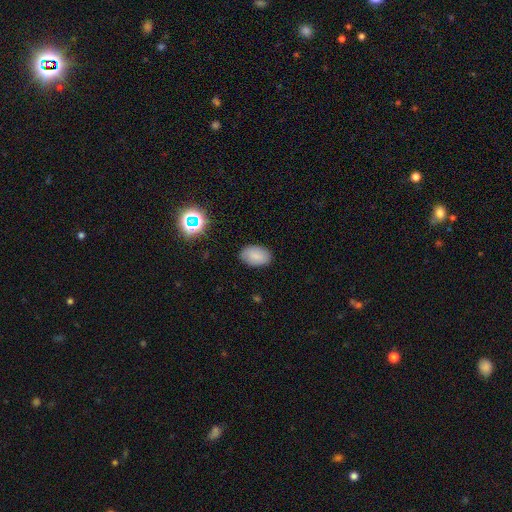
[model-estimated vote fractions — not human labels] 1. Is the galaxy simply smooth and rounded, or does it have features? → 84% smooth, 9% star or artifact, 6% featured or disk.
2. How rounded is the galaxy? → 90% in between, 9% round, 1% cigar-shaped.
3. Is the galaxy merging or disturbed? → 86% none, 11% minor disturbance, 2% major disturbance, 1% merger.